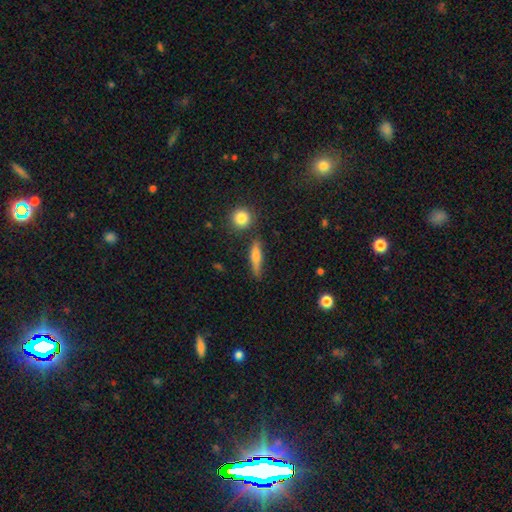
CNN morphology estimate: smooth 54%, featured or disk 36%, star or artifact 10%. Down the decision tree: how rounded — cigar-shaped (74%); merging — none (77%).